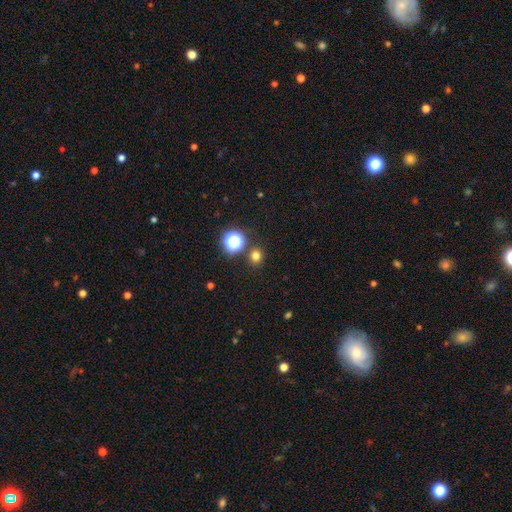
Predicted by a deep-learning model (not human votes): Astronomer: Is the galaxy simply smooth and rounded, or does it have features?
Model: smooth — 74%.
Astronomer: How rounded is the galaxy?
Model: round — 82%.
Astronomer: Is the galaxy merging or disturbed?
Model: none — 86%.